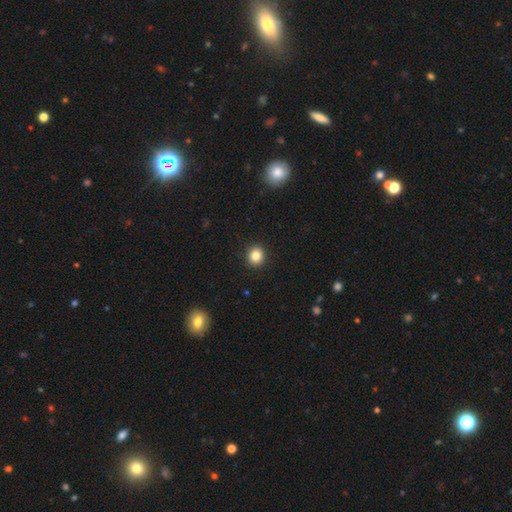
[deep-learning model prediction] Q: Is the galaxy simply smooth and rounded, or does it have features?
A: smooth — 84%.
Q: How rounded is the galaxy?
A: round — 83%.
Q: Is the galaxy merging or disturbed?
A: none — 92%.